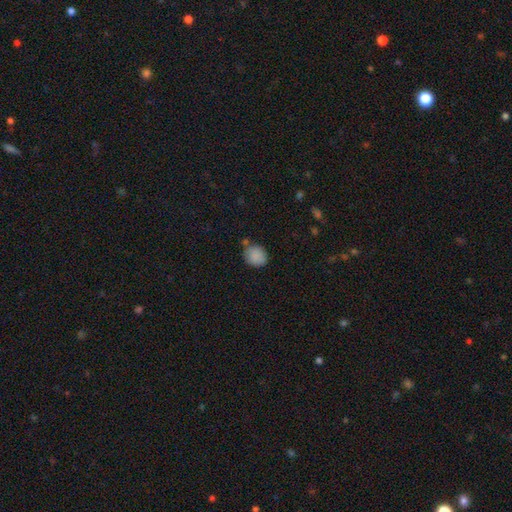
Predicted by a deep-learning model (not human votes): smooth 87%, star or artifact 8%, featured or disk 4%. Down the decision tree: how rounded — round (77%); merging — none (69%).